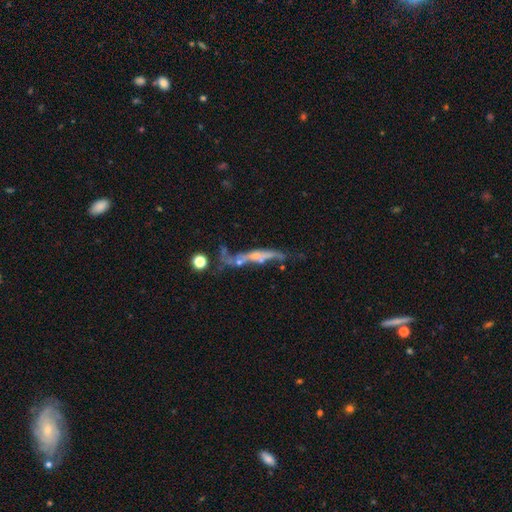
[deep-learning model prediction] Morphology: type=featured or disk (69%); edge-on=yes (63%); merging=none (41%).